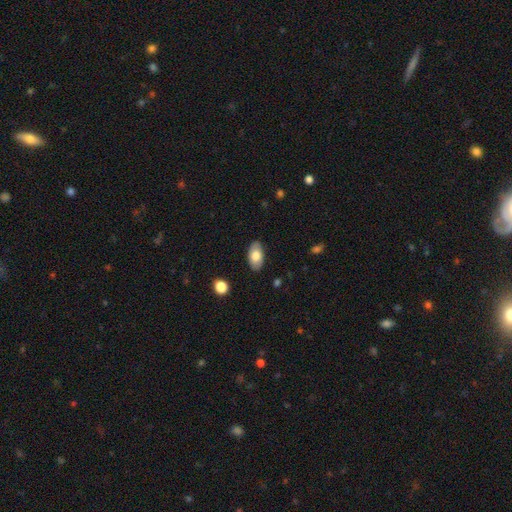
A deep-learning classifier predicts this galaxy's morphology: smooth_or_featured: smooth (p=0.74) [alt: featured or disk p=0.20]
how_rounded: in between (p=0.94) [alt: round p=0.04]
merging: none (p=0.84) [alt: minor disturbance p=0.12]